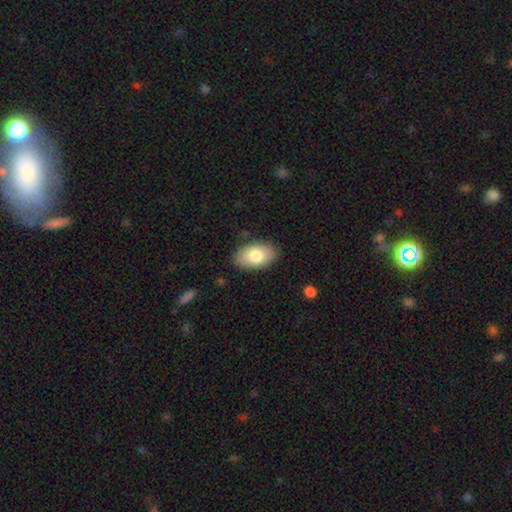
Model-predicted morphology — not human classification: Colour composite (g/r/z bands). It shows a smooth galaxy with no disk features (79%) that is in between round and cigar-shaped (93%). Merging: none (85%).